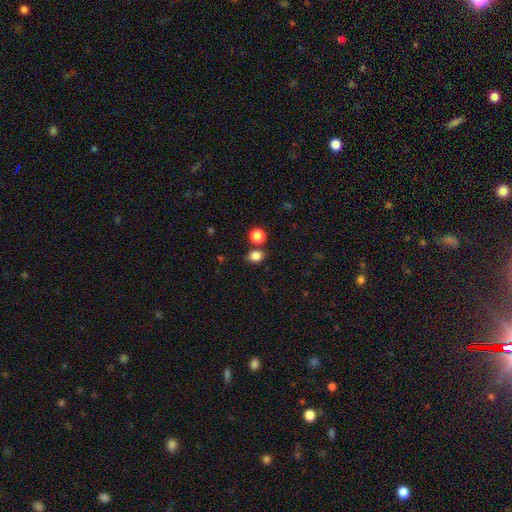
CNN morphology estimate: smooth_or_featured: smooth (p=0.84) [alt: star or artifact p=0.12]
how_rounded: round (p=0.61) [alt: in between p=0.38]
merging: none (p=0.70) [alt: merger p=0.17]